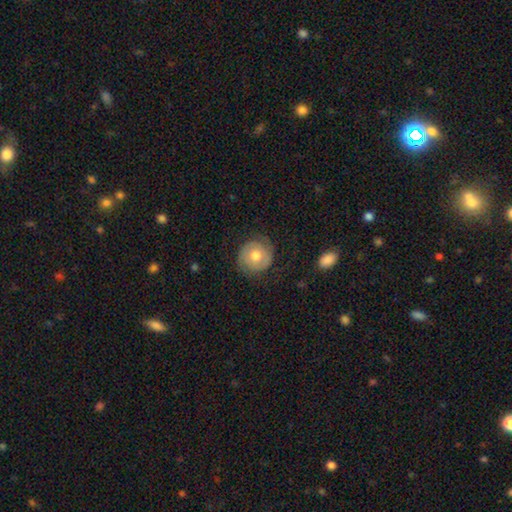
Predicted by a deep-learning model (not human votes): smooth 54%, featured or disk 39%, star or artifact 7%. Down the decision tree: how rounded — round (89%); merging — none (76%).